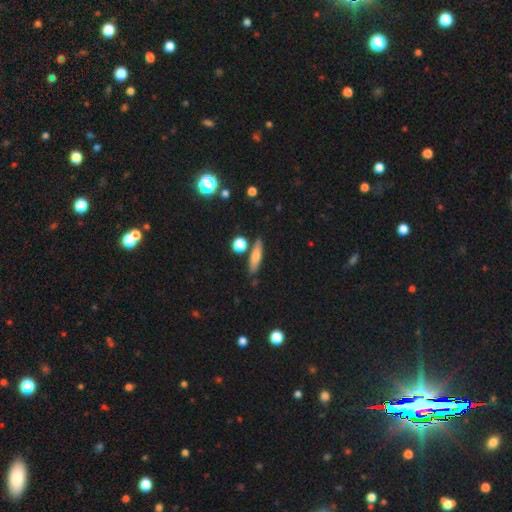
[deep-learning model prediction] smooth_or_featured: smooth (p=0.68) [alt: featured or disk p=0.24]
how_rounded: cigar-shaped (p=0.68) [alt: in between p=0.27]
merging: none (p=0.80) [alt: minor disturbance p=0.11]